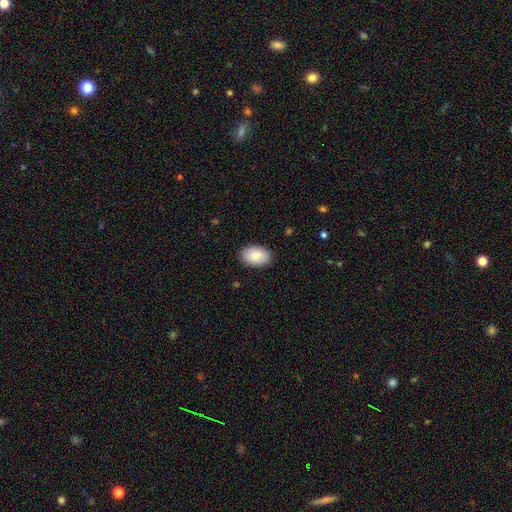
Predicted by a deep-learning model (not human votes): Overall: smooth (87%). How rounded: in between (91%). Merging: none (89%).